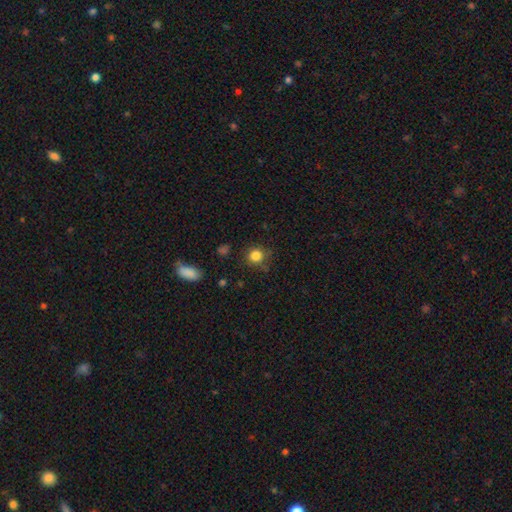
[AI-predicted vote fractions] smooth-or-featured: smooth: 84% | star or artifact: 11% | featured or disk: 5%
  how-rounded: round: 88% | in between: 11% | cigar-shaped: 1%
  merging: none: 77% | minor disturbance: 16% | major disturbance: 5% | merger: 2%